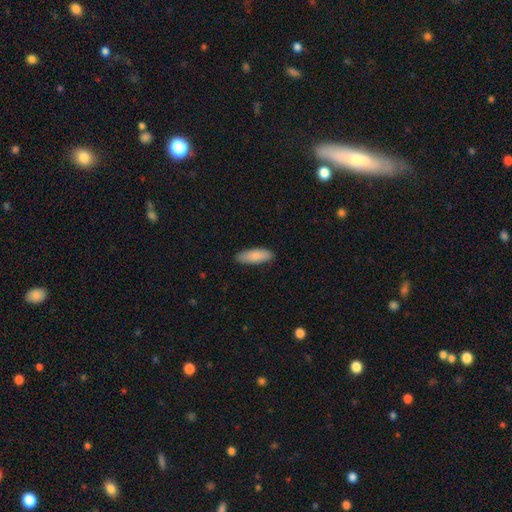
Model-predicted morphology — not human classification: A smooth galaxy with no disk features (85%) that is in between round and cigar-shaped (68%). Merging: none (88%).